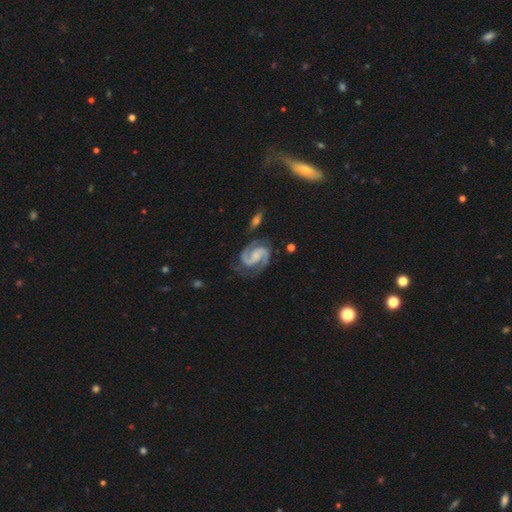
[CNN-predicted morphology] Q: Smooth or featured?
A: featured or disk (92%); runner-up: star or artifact (4%)
Q: Edge-on disk?
A: no (98%); runner-up: yes (2%)
Q: Bar?
A: no (45%); runner-up: weak (40%)
Q: Spiral arms?
A: yes (98%); runner-up: no (2%)
Q: Spiral winding?
A: medium (59%); runner-up: tight (29%)
Q: Spiral arm count?
A: 2 (93%); runner-up: can't tell (2%)
Q: Bulge size?
A: none (43%); runner-up: small (30%)
Q: Merging?
A: none (74%); runner-up: minor disturbance (16%)